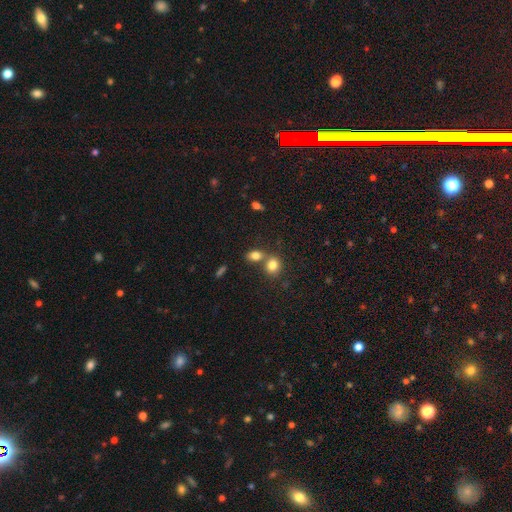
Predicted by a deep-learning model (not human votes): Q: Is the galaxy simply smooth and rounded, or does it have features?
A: smooth — 79%.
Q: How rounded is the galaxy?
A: in between — 66%.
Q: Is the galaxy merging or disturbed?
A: none — 46%.